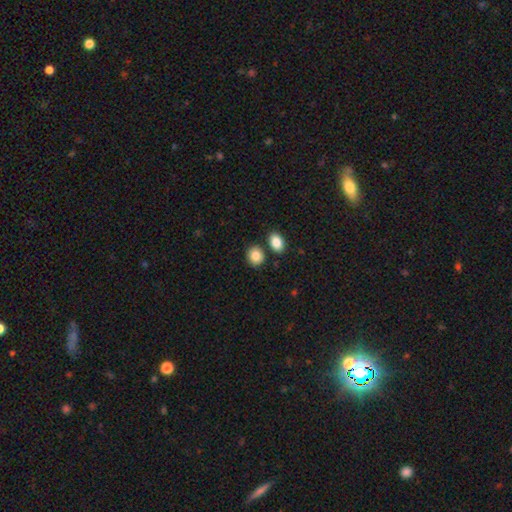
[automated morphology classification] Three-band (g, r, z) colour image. It shows a smooth galaxy with no disk features (86%) that is round (62%). Merging: none (76%).